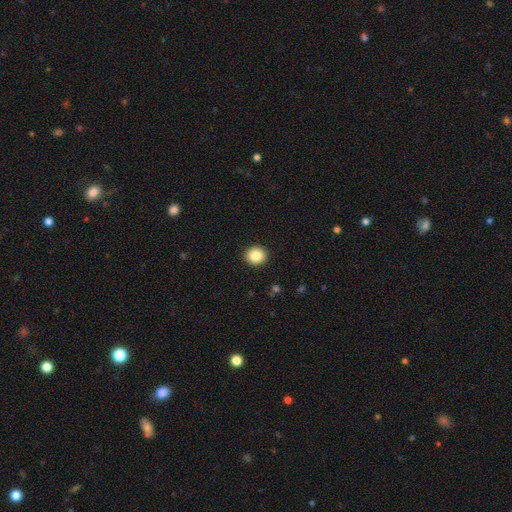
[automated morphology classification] The model was most divided on "how rounded": round: 84%, in between: 15%, cigar-shaped: 1%. More confident: merging — none (92%); smooth or featured — smooth (86%).